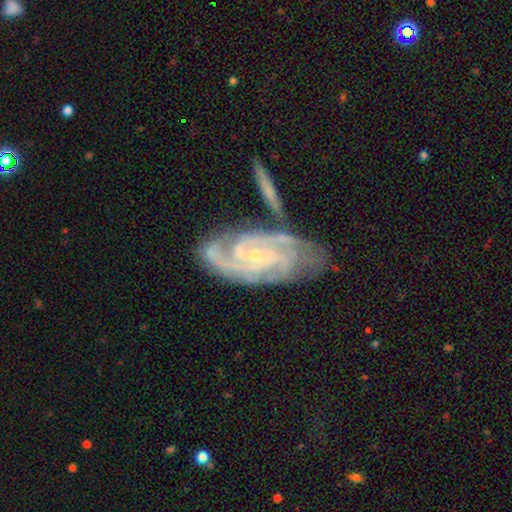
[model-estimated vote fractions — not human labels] smooth-or-featured: featured or disk: 91% | star or artifact: 5% | smooth: 4%
  disk-edge-on: no: 96% | yes: 4%
    bar: no: 45% | weak: 38% | strong: 17%
    has-spiral-arms: yes: 98% | no: 2%
      spiral-winding: tight: 63% | medium: 32% | loose: 4%
      spiral-arm-count: 3: 36% | 2: 34% | 4: 11% | can't tell: 10% | more than 4: 4% | 1: 4%
    bulge-size: small: 79% | moderate: 17% | none: 2% | large: 1% | dominant: 1%
  merging: none: 58% | minor disturbance: 20% | merger: 15% | major disturbance: 8%